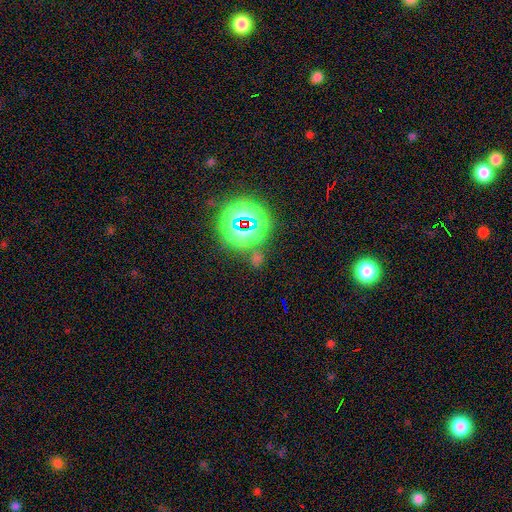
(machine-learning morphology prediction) A star or artifact, not a galaxy (68%).

Vote fractions:
- Smooth or featured? star or artifact: 68% / smooth: 23% / featured or disk: 9%